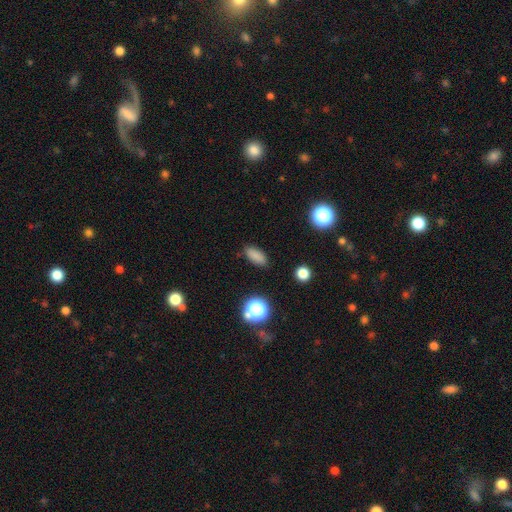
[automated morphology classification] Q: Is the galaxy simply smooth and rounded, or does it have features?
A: smooth — 82%.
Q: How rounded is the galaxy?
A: in between — 82%.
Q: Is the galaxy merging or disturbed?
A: none — 87%.